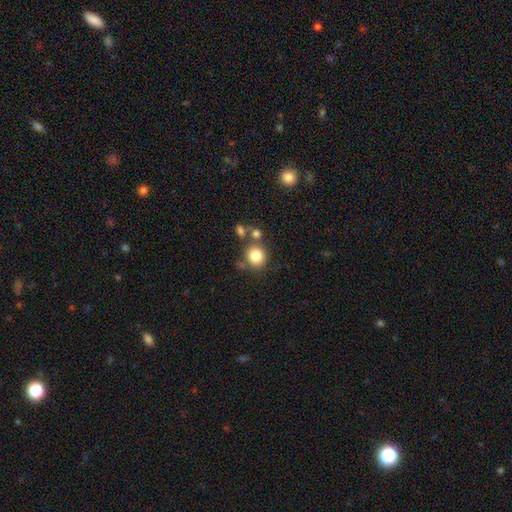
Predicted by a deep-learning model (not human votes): The model was most divided on "merging": none: 68%, merger: 16%, minor disturbance: 11%, major disturbance: 5%. More confident: how rounded — round (86%); smooth or featured — smooth (82%).